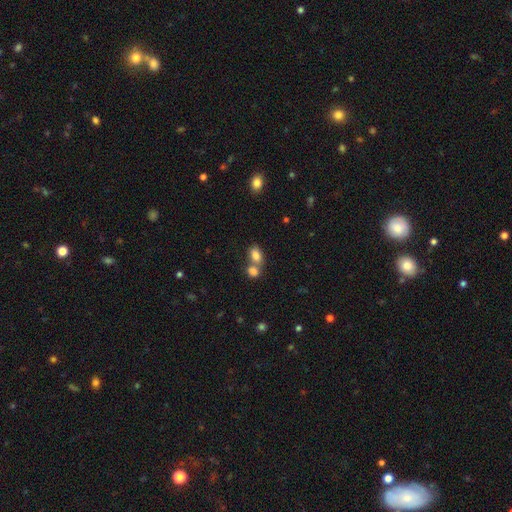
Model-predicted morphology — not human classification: Smooth or featured?
  - smooth: 81% *
  - star or artifact: 10%
  - featured or disk: 9%
How rounded?
  - in between: 79% *
  - round: 19%
  - cigar-shaped: 2%
Merging?
  - merger: 49% *
  - none: 39%
  - minor disturbance: 9%
  - major disturbance: 3%